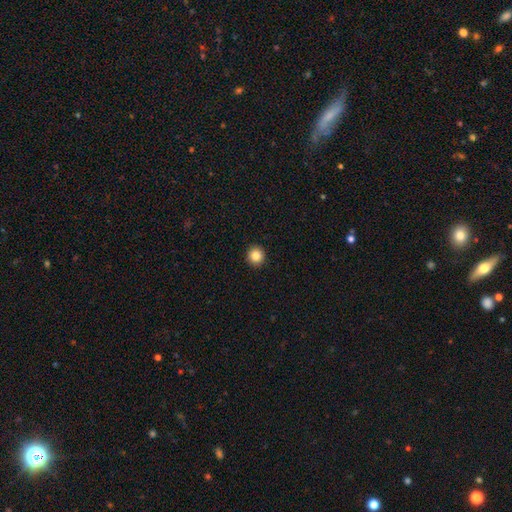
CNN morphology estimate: Overall: smooth (85%). How rounded: round (92%). Merging: none (93%).